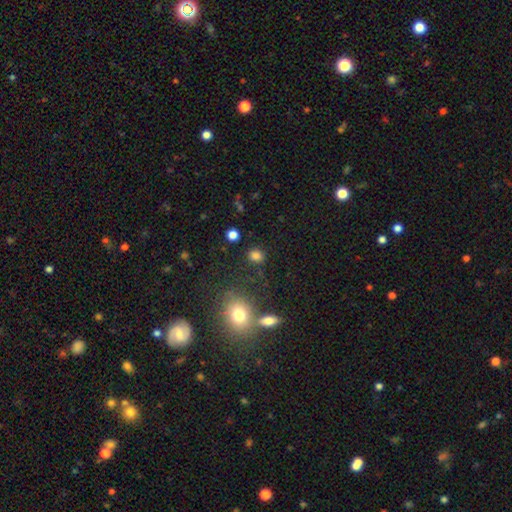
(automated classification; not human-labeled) Smooth or featured? smooth (82%)
How rounded? round (67%)
Merging? none (81%)